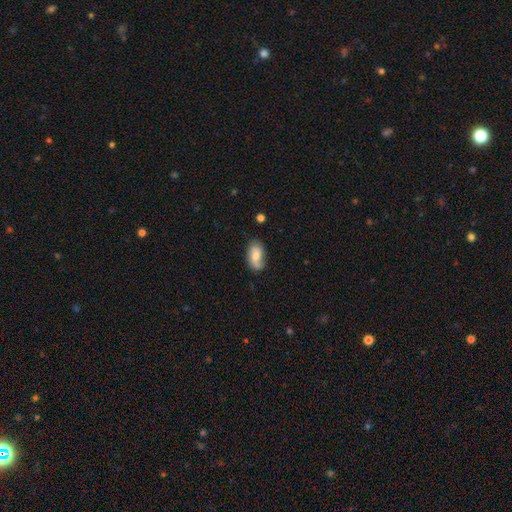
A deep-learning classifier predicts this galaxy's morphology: A smooth galaxy with no disk features (67%) that is in between round and cigar-shaped (92%).

Vote fractions:
- Smooth or featured? smooth: 67% / featured or disk: 25% / star or artifact: 8%
- How rounded? in between: 92% / round: 5% / cigar-shaped: 4%
- Merging? none: 62% / minor disturbance: 26% / major disturbance: 8% / merger: 3%